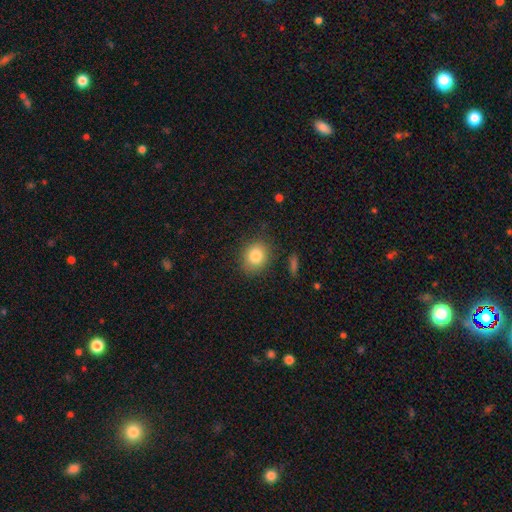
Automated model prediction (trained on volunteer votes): Overall: smooth (82%). How rounded: round (61%; in between 38%). Merging: none (85%).